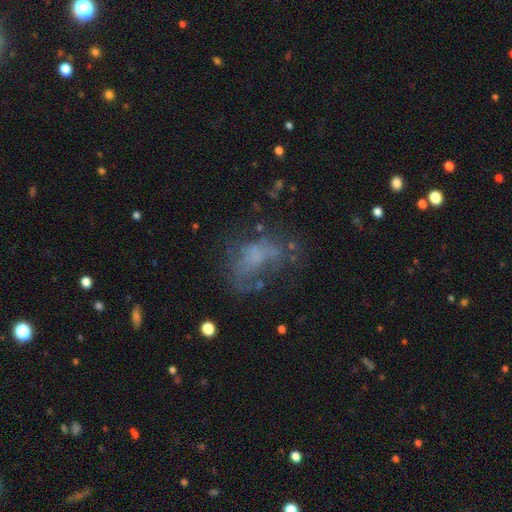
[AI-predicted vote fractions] smooth-or-featured: featured or disk: 43% | smooth: 38% | star or artifact: 19%
  merging: none: 39% | major disturbance: 35% | minor disturbance: 21% | merger: 5%